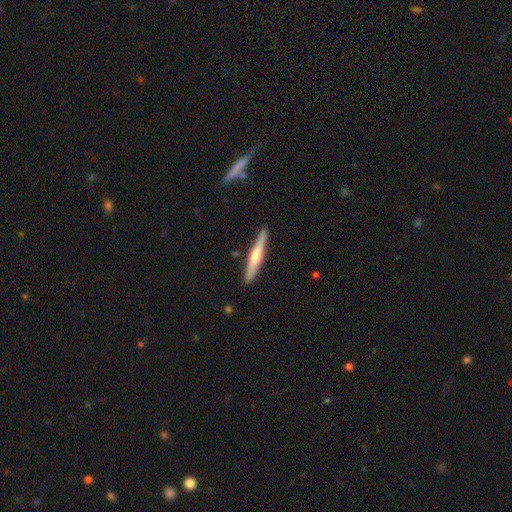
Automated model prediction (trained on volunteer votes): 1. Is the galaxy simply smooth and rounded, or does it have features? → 52% featured or disk, 42% smooth, 6% star or artifact.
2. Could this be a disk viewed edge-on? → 95% yes, 5% no.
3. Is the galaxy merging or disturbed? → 89% none, 8% minor disturbance, 2% merger, 1% major disturbance.